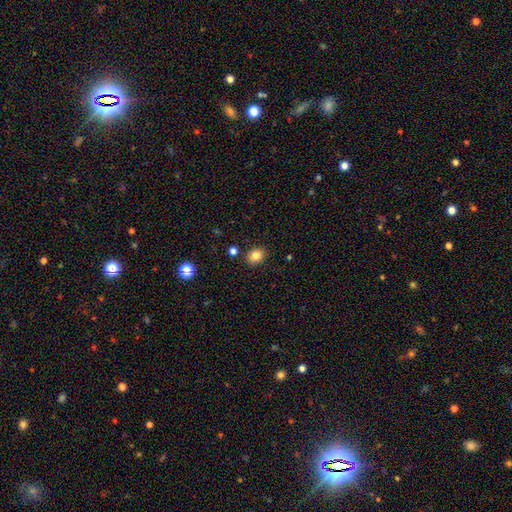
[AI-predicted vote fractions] This appears to be a smooth galaxy with no disk features (83%) that is in between round and cigar-shaped (58%). Merging: none (86%).